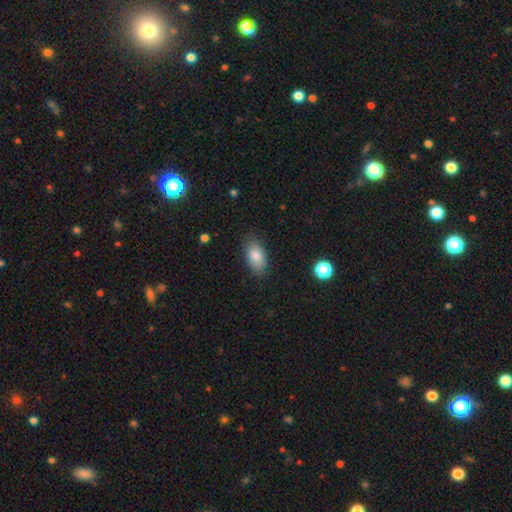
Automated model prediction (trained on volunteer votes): smooth_or_featured: smooth (p=0.84) [alt: featured or disk p=0.08]
how_rounded: in between (p=0.92) [alt: round p=0.06]
merging: none (p=0.83) [alt: minor disturbance p=0.12]